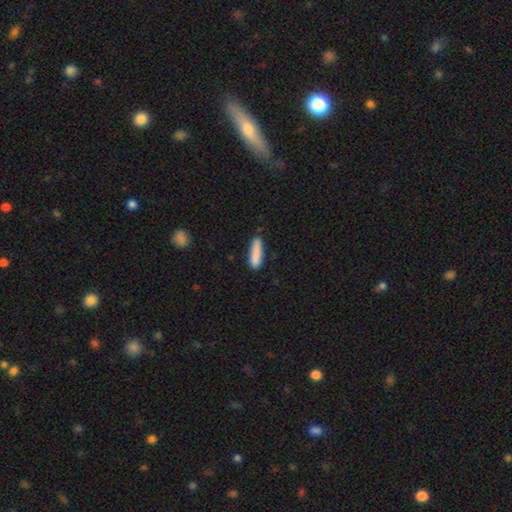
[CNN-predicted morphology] Smooth or featured? Predicted: smooth (p=0.87). How rounded? Predicted: cigar-shaped (p=0.75). Merging? Predicted: none (p=0.82).